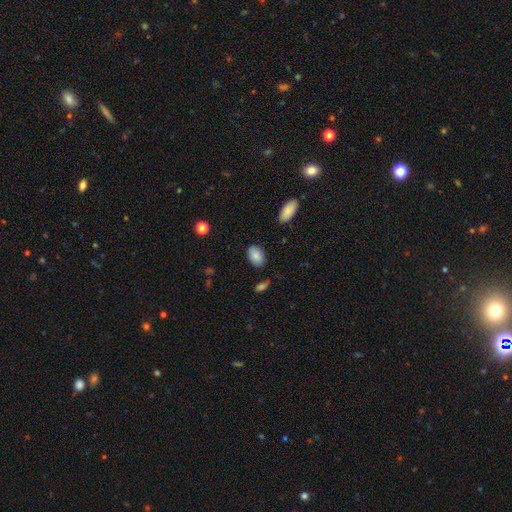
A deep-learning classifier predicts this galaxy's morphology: This is clearly a smooth galaxy (85%). How rounded: clearly in between (91%). Merging: likely none (79%).